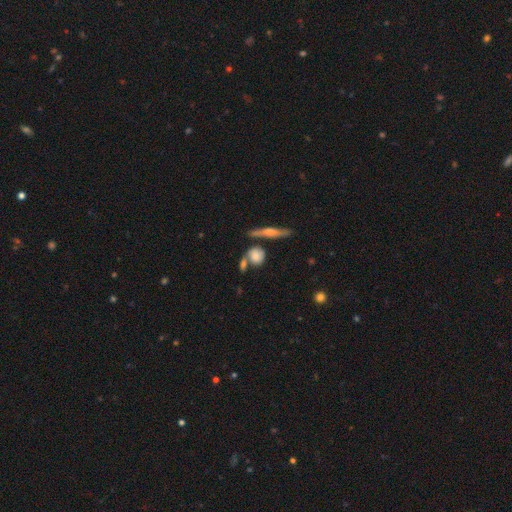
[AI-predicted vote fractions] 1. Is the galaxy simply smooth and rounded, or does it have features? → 72% smooth, 19% featured or disk, 10% star or artifact.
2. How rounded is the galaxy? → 65% round, 26% in between, 8% cigar-shaped.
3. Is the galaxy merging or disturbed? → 54% none, 25% merger, 15% minor disturbance, 6% major disturbance.